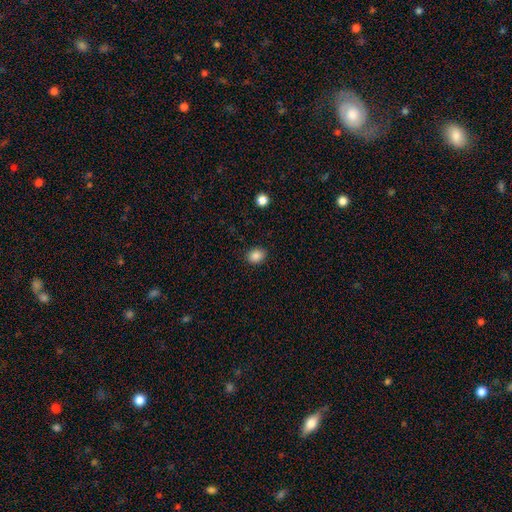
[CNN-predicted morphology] This is clearly a smooth galaxy (86%). How rounded: possibly round (57%). Merging: clearly none (88%).